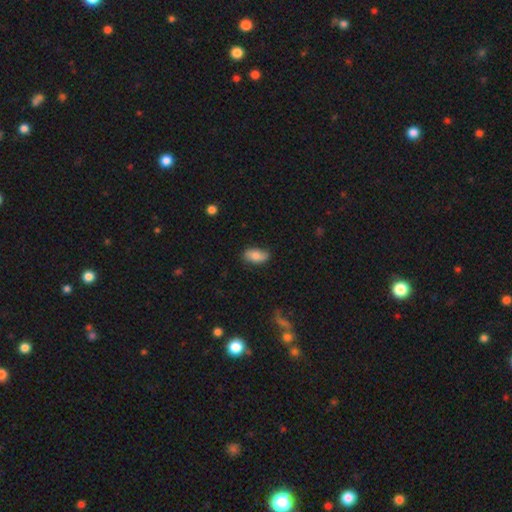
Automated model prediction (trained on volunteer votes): Smooth or featured?
  - smooth: 75% *
  - featured or disk: 18%
  - star or artifact: 7%
How rounded?
  - in between: 91% *
  - cigar-shaped: 4%
  - round: 4%
Merging?
  - none: 74% *
  - minor disturbance: 21%
  - major disturbance: 4%
  - merger: 1%